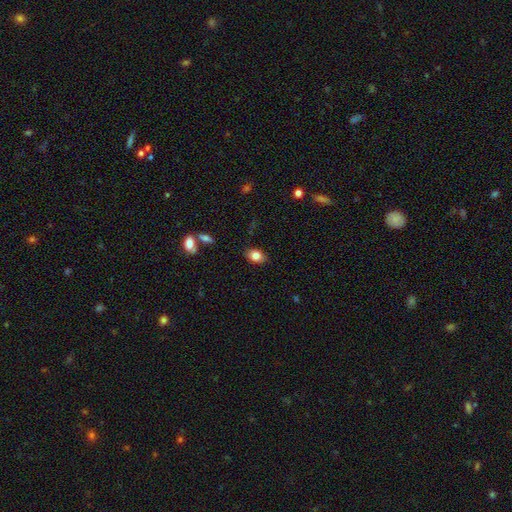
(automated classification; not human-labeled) A smooth galaxy with no disk features (81%) that is in between round and cigar-shaped (83%). Merging: none (86%).